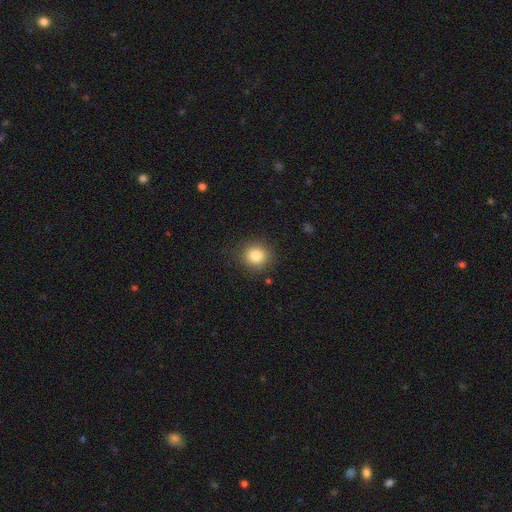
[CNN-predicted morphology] The model was most divided on "smooth or featured": smooth: 83%, star or artifact: 11%, featured or disk: 6%. More confident: how rounded — round (87%); merging — none (86%).